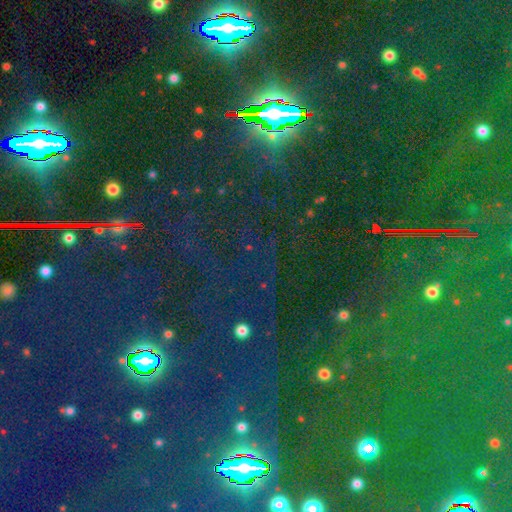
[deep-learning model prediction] Morphology: type=star or artifact (84%).